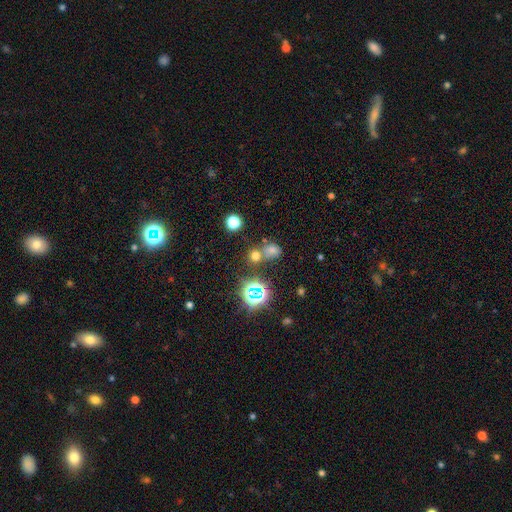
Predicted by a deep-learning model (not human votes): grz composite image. It shows a smooth galaxy with no disk features (55%) that is round (76%). Merging: none (57%).